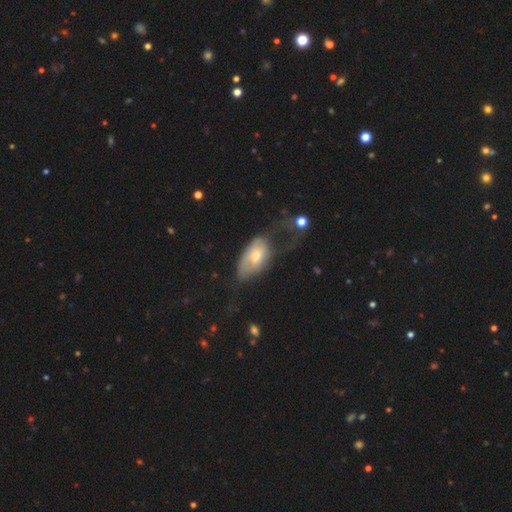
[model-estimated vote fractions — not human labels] Smooth or featured? Predicted: smooth (p=0.58). How rounded? Predicted: in between (p=0.91). Merging? Predicted: major disturbance (p=0.53).